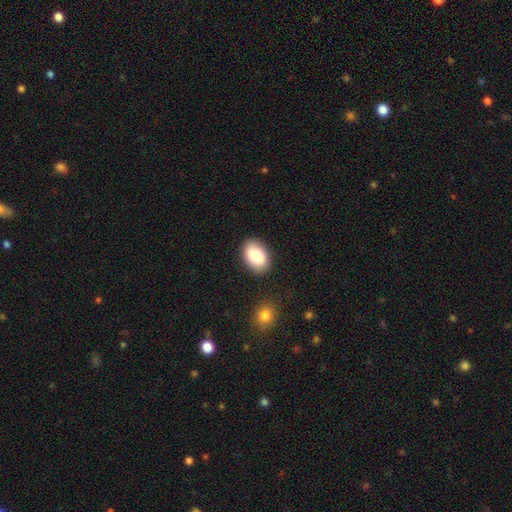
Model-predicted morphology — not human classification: smooth_or_featured: smooth (p=0.82) [alt: featured or disk p=0.11]
how_rounded: in between (p=0.86) [alt: round p=0.13]
merging: none (p=0.87) [alt: minor disturbance p=0.09]